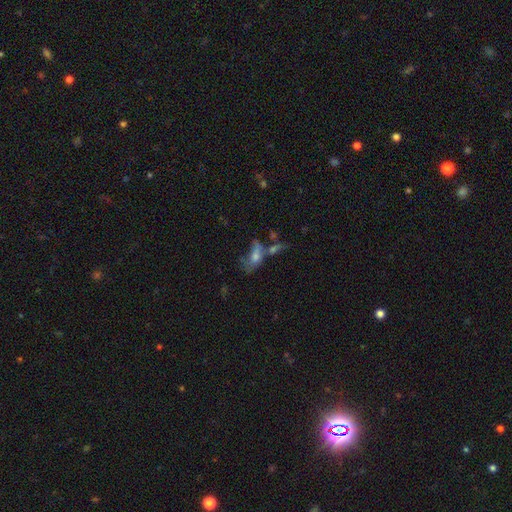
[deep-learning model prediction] smooth-or-featured: smooth: 50% | featured or disk: 36% | star or artifact: 14%
  how-rounded: in between: 78% | cigar-shaped: 13% | round: 9%
  merging: merger: 36% | major disturbance: 27% | none: 22% | minor disturbance: 15%